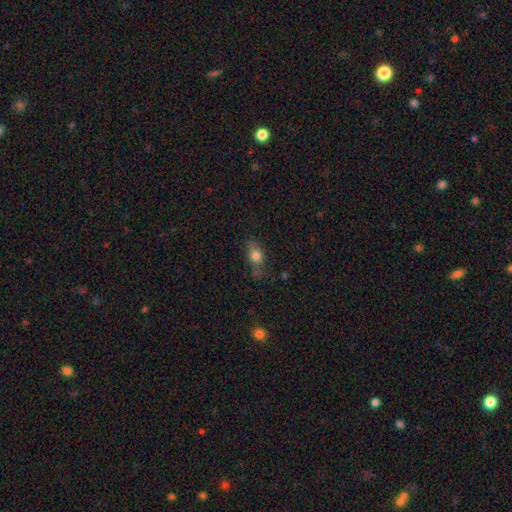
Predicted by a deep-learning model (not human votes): Smooth or featured? Predicted: smooth (p=0.73). How rounded? Predicted: in between (p=0.67). Merging? Predicted: none (p=0.62).